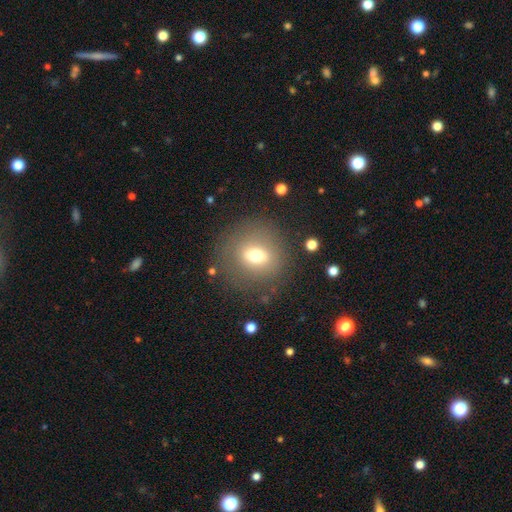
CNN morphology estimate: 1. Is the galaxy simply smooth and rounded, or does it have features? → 64% smooth, 23% featured or disk, 13% star or artifact.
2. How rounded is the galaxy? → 78% round, 21% in between, 1% cigar-shaped.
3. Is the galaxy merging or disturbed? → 80% none, 11% minor disturbance, 6% major disturbance, 2% merger.